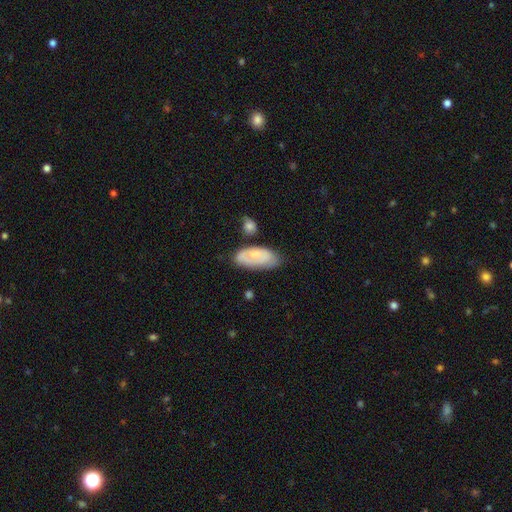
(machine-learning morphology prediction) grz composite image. It shows a smooth galaxy with no disk features (60%) that is in between round and cigar-shaped (88%). Merging: none (60%).